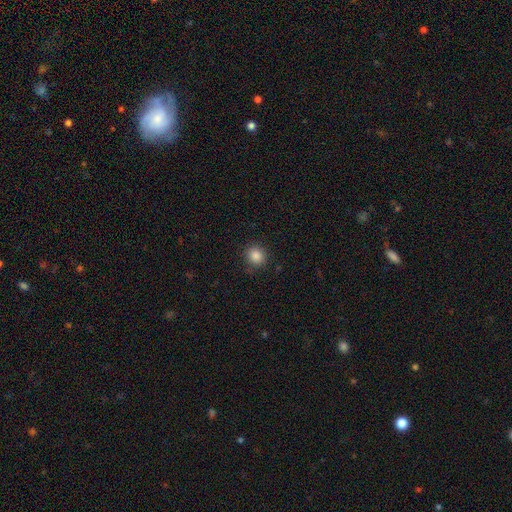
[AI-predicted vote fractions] This appears to be a smooth galaxy with no disk features (86%) that is round (87%). Merging: none (87%).